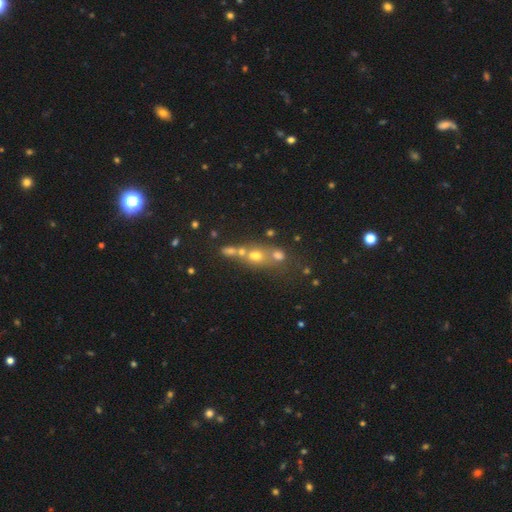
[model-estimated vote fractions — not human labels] The model was most divided on "merging": merger: 49%, none: 36%, minor disturbance: 8%, major disturbance: 6%. Remaining: smooth or featured — smooth (50%).